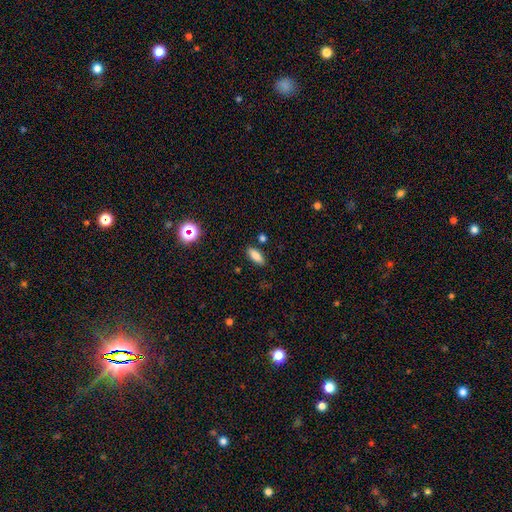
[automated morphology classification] A smooth galaxy with no disk features (83%) that is in between round and cigar-shaped (76%).

Vote fractions:
- Smooth or featured? smooth: 83% / star or artifact: 10% / featured or disk: 7%
- How rounded? in between: 76% / cigar-shaped: 21% / round: 3%
- Merging? none: 86% / minor disturbance: 9% / merger: 3% / major disturbance: 2%